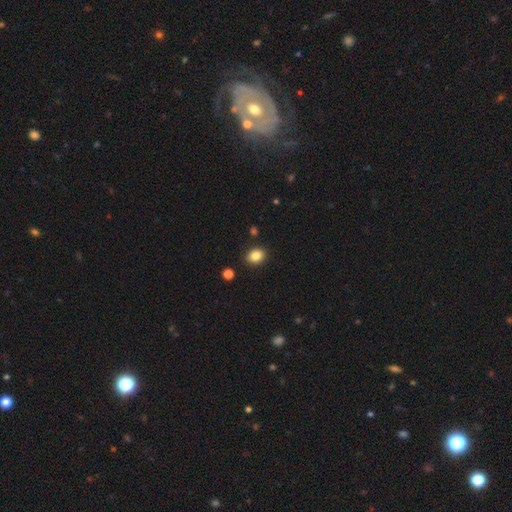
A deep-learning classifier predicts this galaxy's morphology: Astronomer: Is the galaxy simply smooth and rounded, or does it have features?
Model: smooth — 85%.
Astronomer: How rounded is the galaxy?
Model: in between — 52% (runner-up: round, 47%).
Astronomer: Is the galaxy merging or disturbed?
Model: none — 88%.